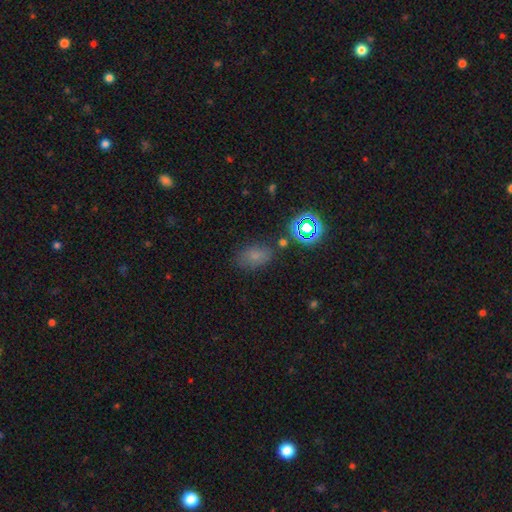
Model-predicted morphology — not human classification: Smooth or featured: smooth — 66% (star or artifact — 25%)
How rounded: in between — 82% (round — 16%)
Merging: none — 72% (minor disturbance — 17%)